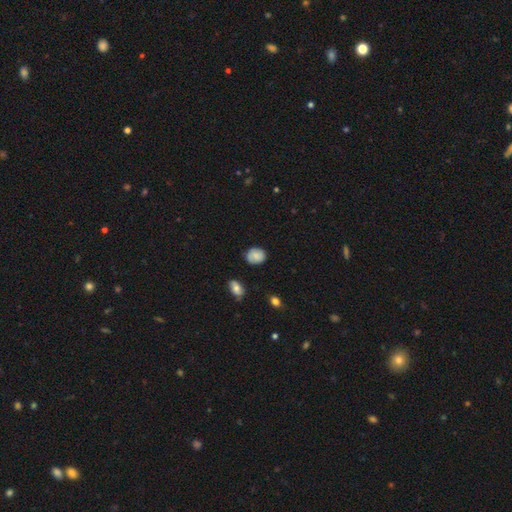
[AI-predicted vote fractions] Q: Smooth or featured?
A: smooth (79%); runner-up: featured or disk (13%)
Q: How rounded?
A: round (57%); runner-up: in between (42%)
Q: Merging?
A: none (75%); runner-up: minor disturbance (19%)